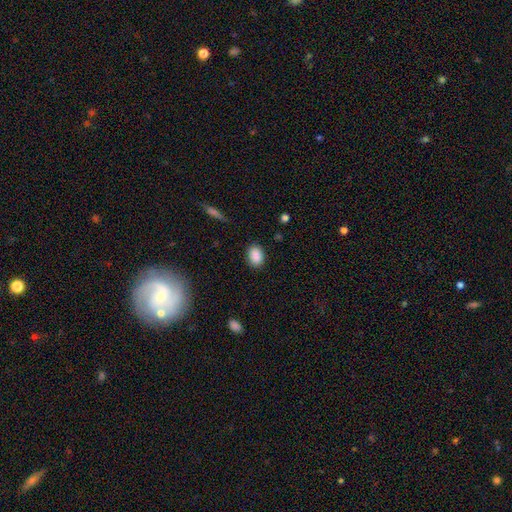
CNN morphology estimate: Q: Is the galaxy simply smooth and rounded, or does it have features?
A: smooth — 89%.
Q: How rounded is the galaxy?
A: in between — 77%.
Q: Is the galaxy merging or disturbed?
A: none — 86%.